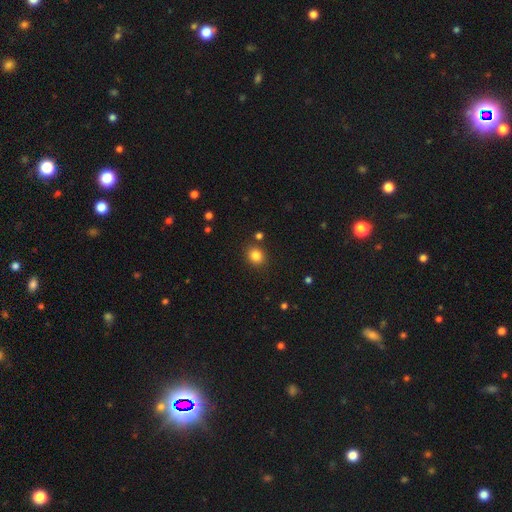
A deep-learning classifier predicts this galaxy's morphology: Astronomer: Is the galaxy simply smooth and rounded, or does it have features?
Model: smooth — 83%.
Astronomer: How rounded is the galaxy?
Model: round — 73%.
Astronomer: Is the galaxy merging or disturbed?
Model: none — 85%.